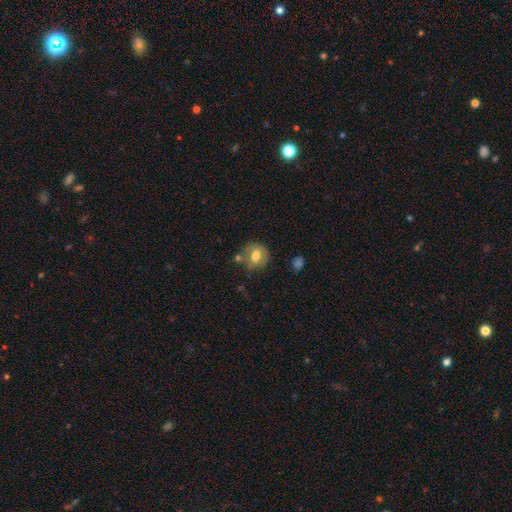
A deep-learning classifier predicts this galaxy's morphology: Smooth or featured?
  - smooth: 68% *
  - featured or disk: 23%
  - star or artifact: 9%
How rounded?
  - round: 71% *
  - in between: 28%
  - cigar-shaped: 1%
Merging?
  - none: 66% *
  - minor disturbance: 19%
  - merger: 9%
  - major disturbance: 6%